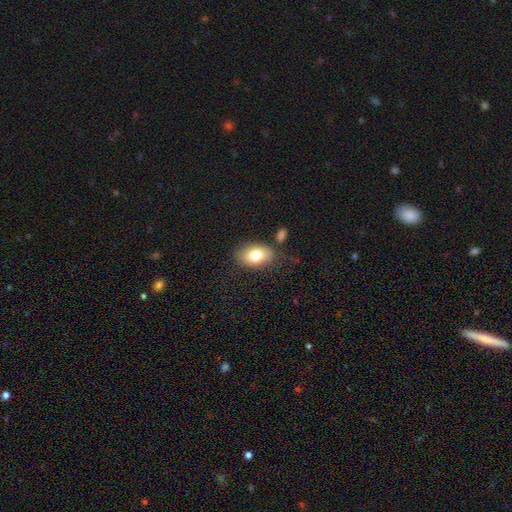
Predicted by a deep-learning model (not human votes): smooth_or_featured: smooth (p=0.79) [alt: featured or disk p=0.14]
how_rounded: in between (p=0.86) [alt: round p=0.12]
merging: none (p=0.73) [alt: minor disturbance p=0.16]